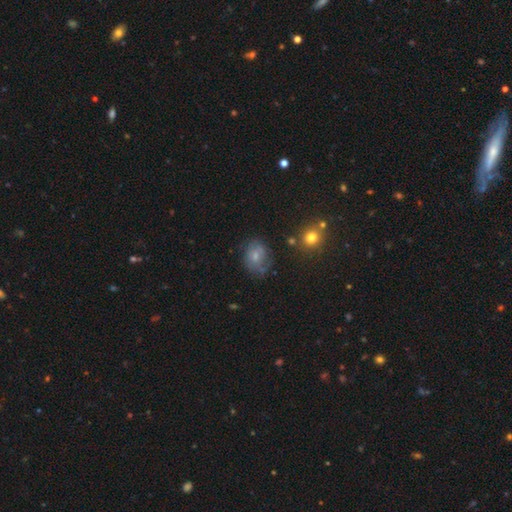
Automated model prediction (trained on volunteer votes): Q: Smooth or featured?
A: smooth (51%); runner-up: featured or disk (37%)
Q: How rounded?
A: in between (51%); runner-up: round (48%)
Q: Merging?
A: none (56%); runner-up: minor disturbance (26%)